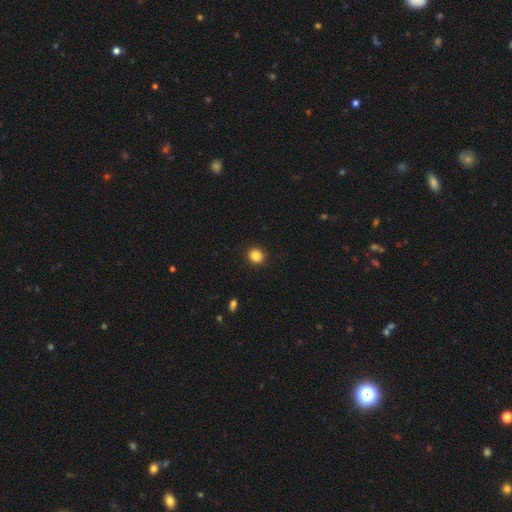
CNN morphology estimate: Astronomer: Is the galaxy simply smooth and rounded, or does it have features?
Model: smooth — 86%.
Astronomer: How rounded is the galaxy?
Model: round — 87%.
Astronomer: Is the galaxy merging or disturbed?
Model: none — 91%.